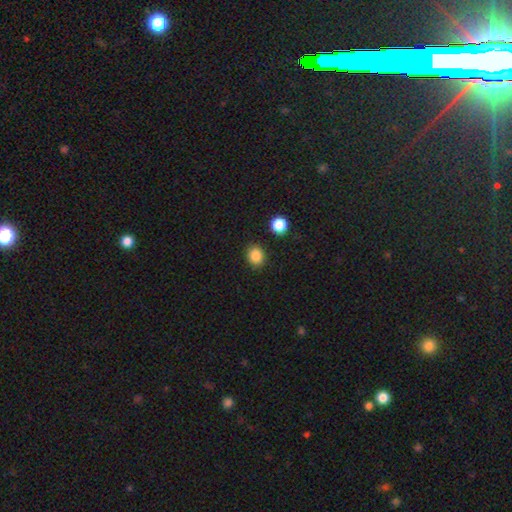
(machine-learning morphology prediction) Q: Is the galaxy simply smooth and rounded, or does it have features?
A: smooth — 86%.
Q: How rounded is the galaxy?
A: round — 64%.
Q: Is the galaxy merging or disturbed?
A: none — 86%.